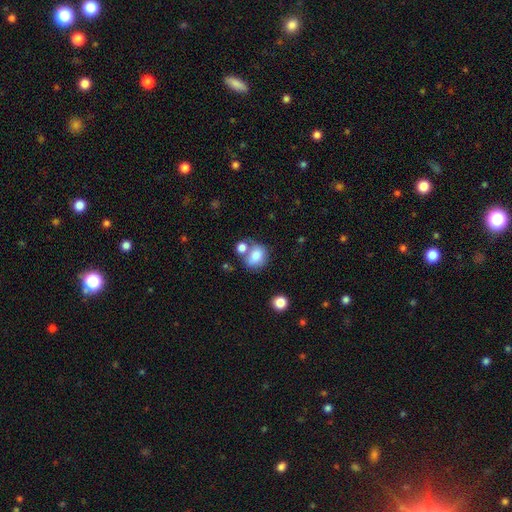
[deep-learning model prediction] The model was most divided on "how rounded": in between: 50%, round: 49%, cigar-shaped: 1%. Remaining: smooth or featured — smooth (79%); merging — none (44%).